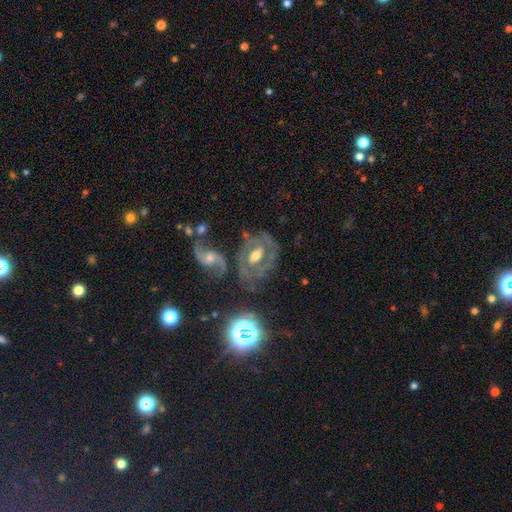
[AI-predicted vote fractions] Overall: featured or disk (75%). Edge-on disk: no (94%). Bar: no (41%; weak 39%). Spiral arms: yes (70%; no 30%). Bulge size: moderate (68%). Merging: none (60%).